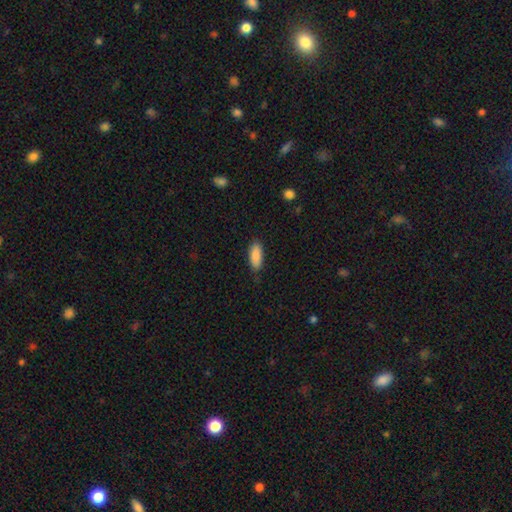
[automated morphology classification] Overall: smooth (89%). How rounded: in between (78%). Merging: none (83%).